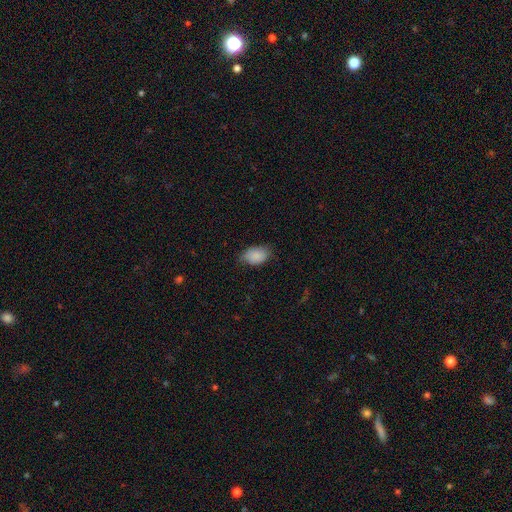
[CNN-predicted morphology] This is clearly a smooth galaxy (87%). How rounded: clearly in between (88%). Merging: likely none (67%).